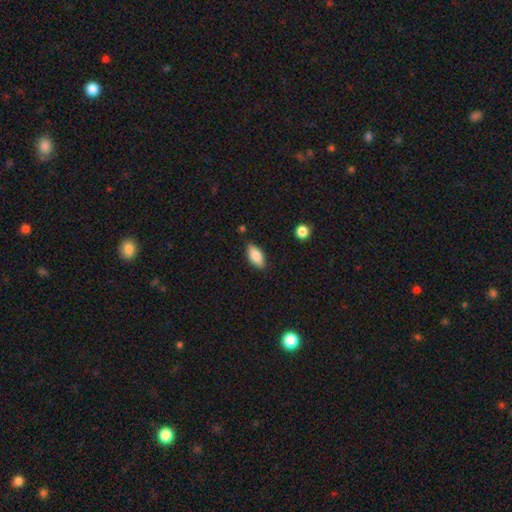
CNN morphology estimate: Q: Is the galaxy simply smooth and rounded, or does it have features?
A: smooth — 83%.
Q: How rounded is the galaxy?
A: in between — 87%.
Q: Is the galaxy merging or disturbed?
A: none — 83%.